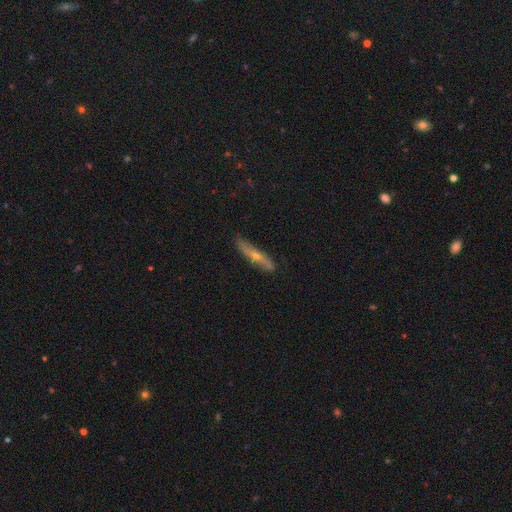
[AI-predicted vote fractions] Smooth or featured? Predicted: featured or disk (p=0.62). Edge-on disk? Predicted: yes (p=0.76). Merging? Predicted: none (p=0.82).